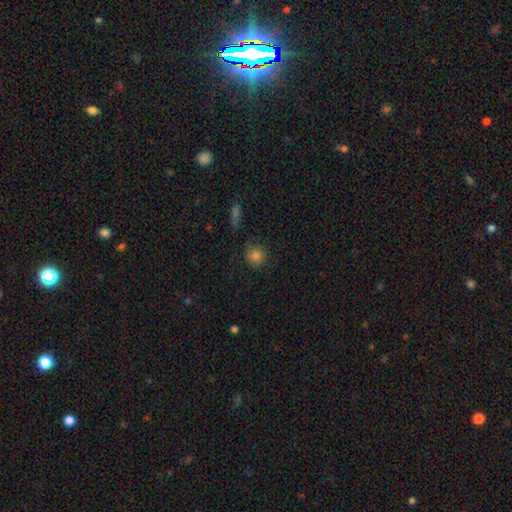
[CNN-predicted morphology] Overall: smooth (81%). How rounded: round (91%). Merging: none (83%).